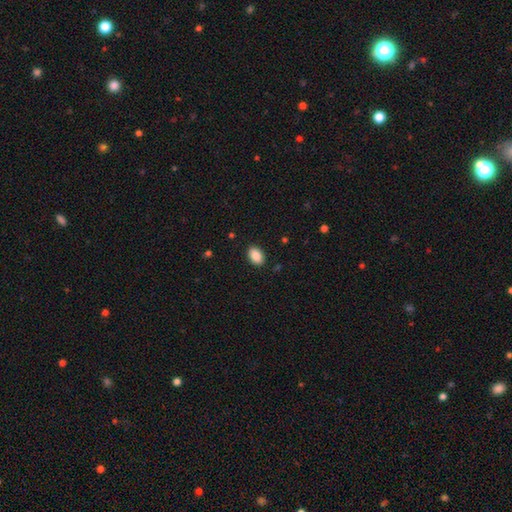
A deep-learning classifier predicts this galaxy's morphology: Smooth or featured? smooth (89%)
How rounded? in between (88%)
Merging? none (89%)